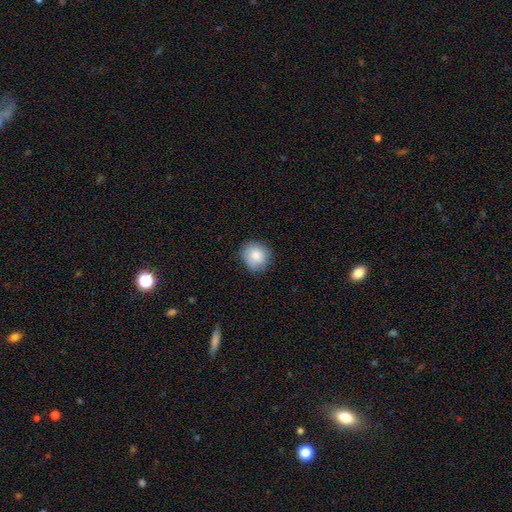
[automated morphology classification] Smooth or featured? smooth (85%)
How rounded? round (83%)
Merging? none (79%)